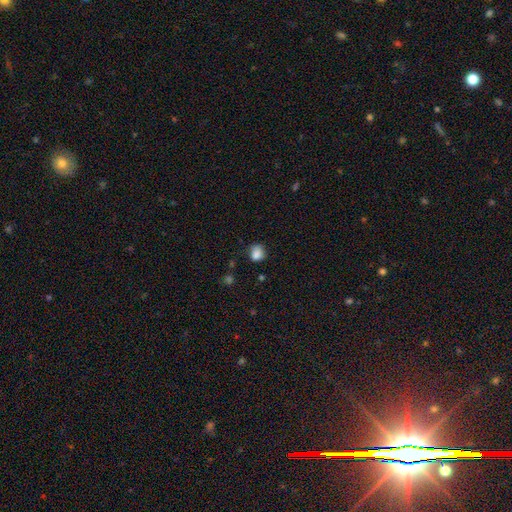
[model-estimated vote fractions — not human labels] This appears to be a smooth galaxy with no disk features (83%) that is round (69%). Merging: none (62%).